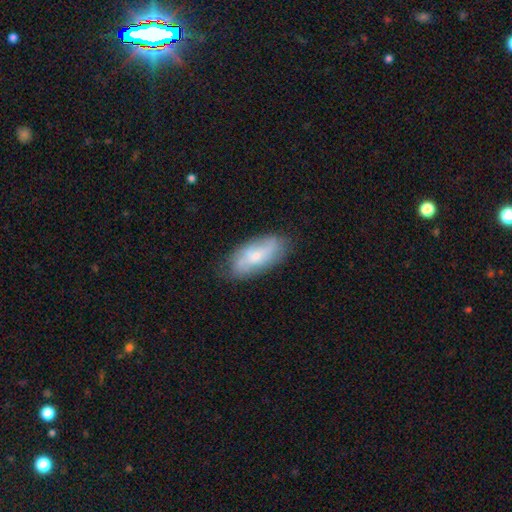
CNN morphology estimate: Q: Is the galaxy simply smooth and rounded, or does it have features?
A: smooth — 53%.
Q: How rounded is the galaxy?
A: in between — 85%.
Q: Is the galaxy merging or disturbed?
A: none — 73%.